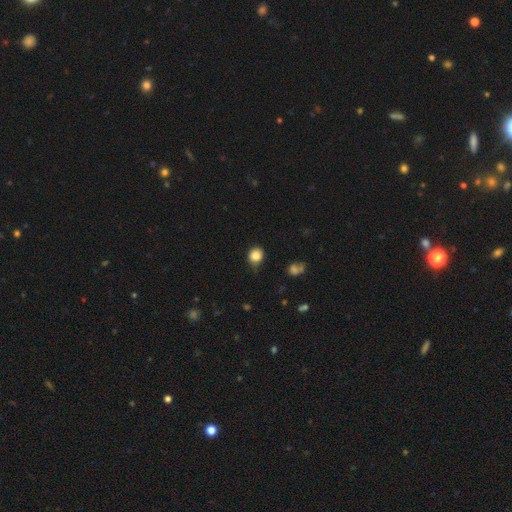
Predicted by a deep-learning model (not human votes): Smooth or featured? smooth (85%)
How rounded? round (77%)
Merging? none (74%)